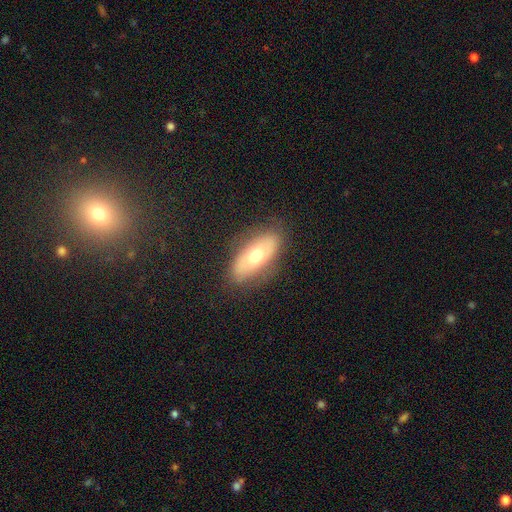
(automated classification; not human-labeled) Smooth or featured?
  - smooth: 55% *
  - featured or disk: 37%
  - star or artifact: 8%
How rounded?
  - in between: 85% *
  - cigar-shaped: 12%
  - round: 4%
Merging?
  - none: 81% *
  - minor disturbance: 13%
  - major disturbance: 4%
  - merger: 1%